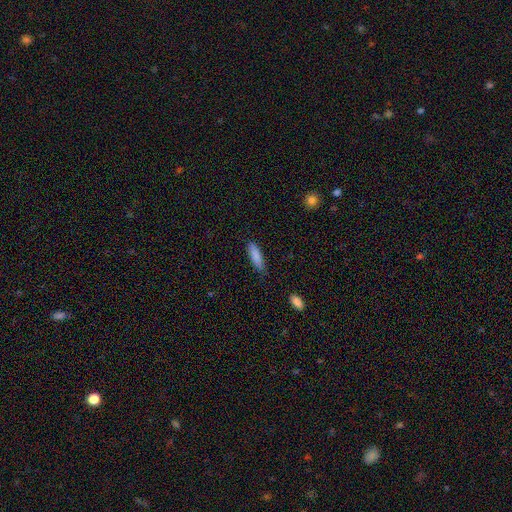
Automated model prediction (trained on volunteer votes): smooth-or-featured: smooth: 86% | featured or disk: 8% | star or artifact: 6%
  how-rounded: cigar-shaped: 65% | in between: 33% | round: 1%
  merging: none: 82% | minor disturbance: 14% | major disturbance: 3% | merger: 1%